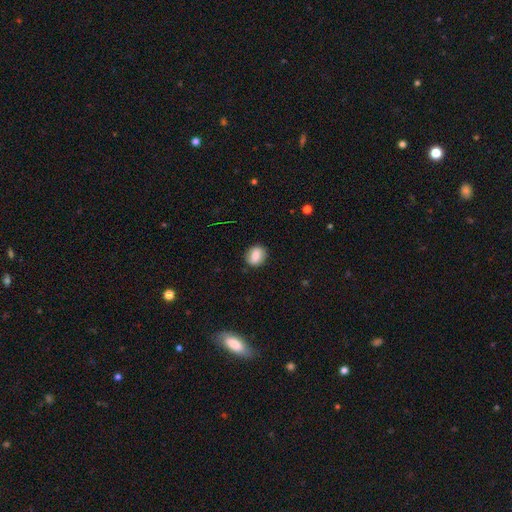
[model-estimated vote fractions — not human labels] smooth 76%, featured or disk 16%, star or artifact 8%. Down the decision tree: how rounded — round (58%); merging — none (85%).